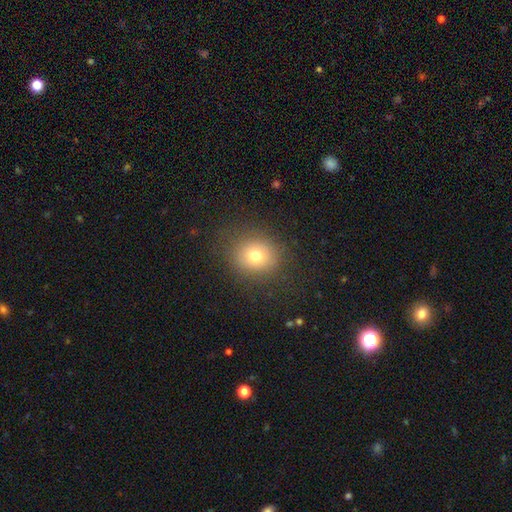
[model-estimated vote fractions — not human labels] Morphology: type=smooth (75%); roundness=round (77%); merging=none (84%).